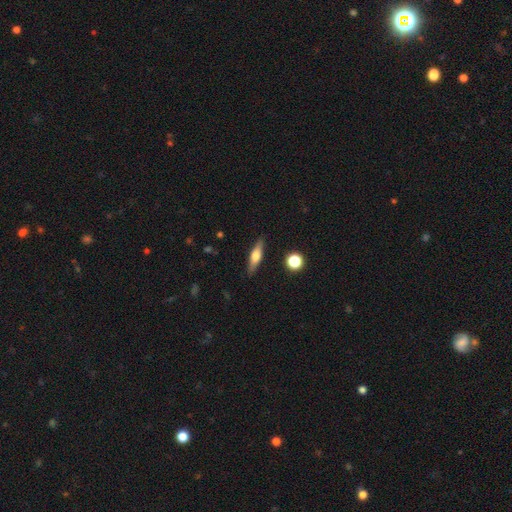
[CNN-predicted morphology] smooth_or_featured: smooth (p=0.51) [alt: featured or disk p=0.41]
how_rounded: cigar-shaped (p=0.66) [alt: in between p=0.30]
merging: none (p=0.87) [alt: minor disturbance p=0.09]